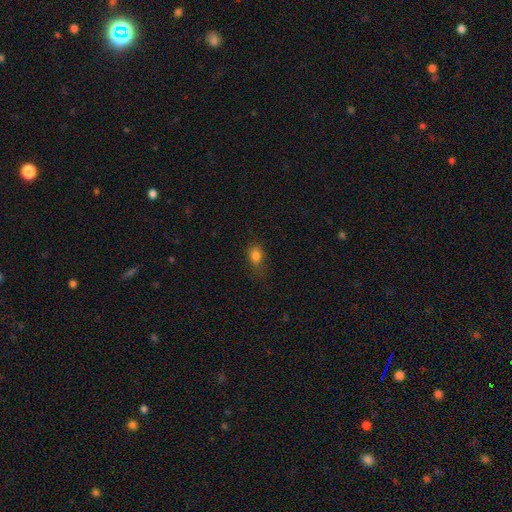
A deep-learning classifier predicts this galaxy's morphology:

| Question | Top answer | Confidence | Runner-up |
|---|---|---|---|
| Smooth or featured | smooth | 80% | star or artifact (13%) |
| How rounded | in between | 66% | round (30%) |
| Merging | none | 63% | minor disturbance (26%) |